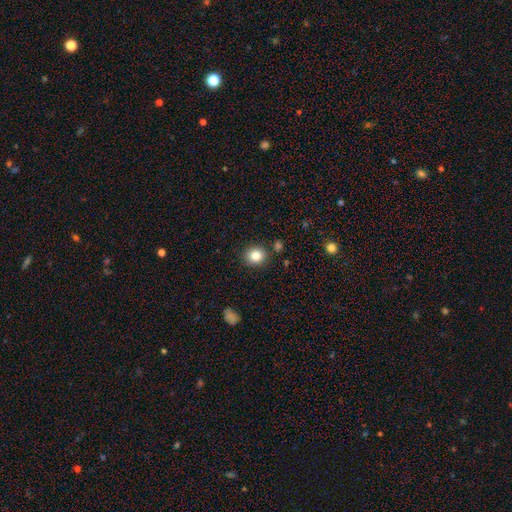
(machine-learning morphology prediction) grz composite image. It shows a smooth galaxy with no disk features (84%) that is round (81%). Merging: none (87%).